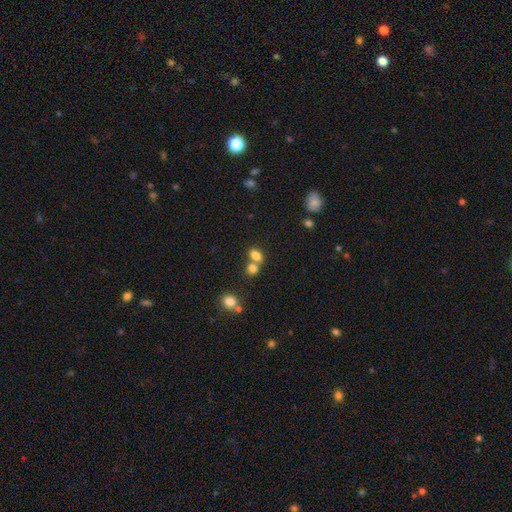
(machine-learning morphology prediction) This is likely a smooth galaxy (79%). How rounded: likely in between (73%). Merging: possibly merger (46%).